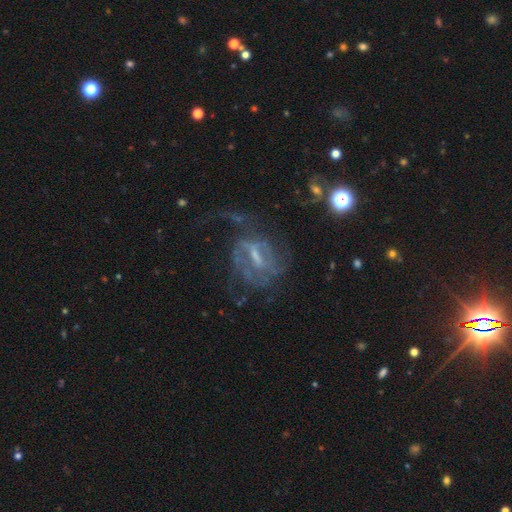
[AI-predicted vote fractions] The model was most divided on "merging": none: 41%, major disturbance: 37%, minor disturbance: 18%, merger: 4%. Remaining: edge-on disk — no (95%); spiral arms — yes (81%); smooth or featured — featured or disk (78%); bar — weak (49%); bulge size — small (44%); spiral winding — medium (42%); spiral arm count — can't tell (38%).